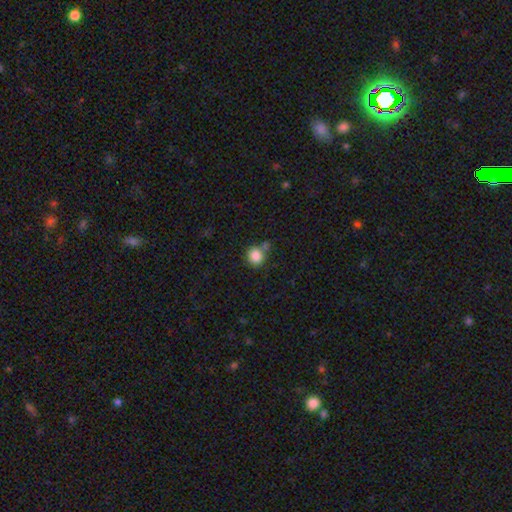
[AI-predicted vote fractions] Smooth or featured? smooth (85%)
How rounded? round (84%)
Merging? none (65%)